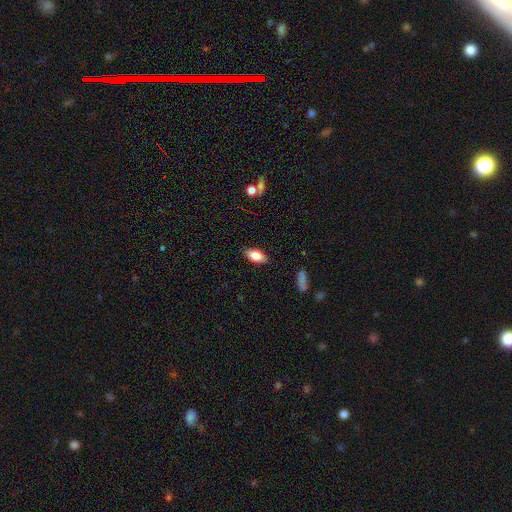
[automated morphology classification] A smooth galaxy with no disk features (81%) that is in between round and cigar-shaped (90%). Merging: none (86%).